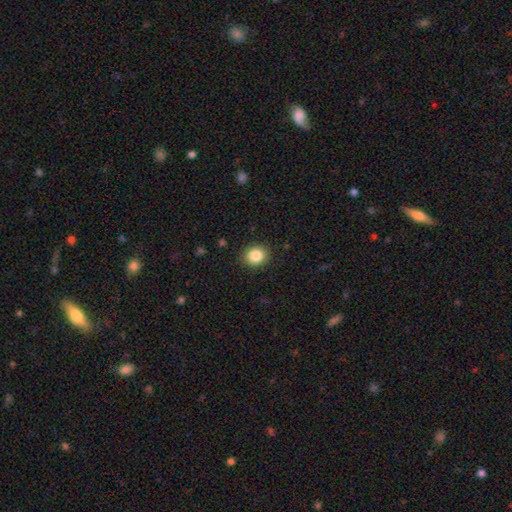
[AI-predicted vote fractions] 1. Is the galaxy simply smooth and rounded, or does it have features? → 85% smooth, 10% star or artifact, 5% featured or disk.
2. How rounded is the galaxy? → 75% round, 24% in between, 1% cigar-shaped.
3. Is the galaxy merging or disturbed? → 89% none, 7% minor disturbance, 2% major disturbance, 1% merger.